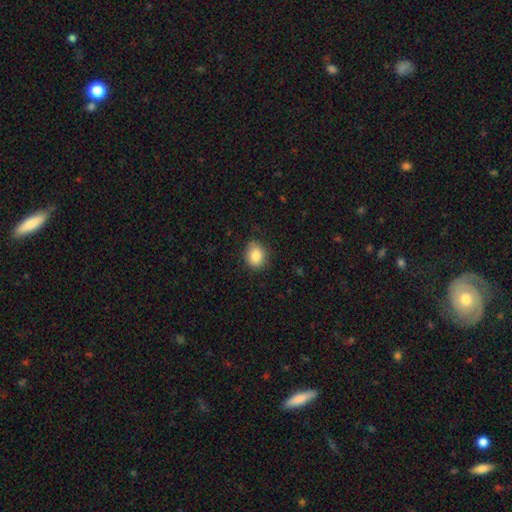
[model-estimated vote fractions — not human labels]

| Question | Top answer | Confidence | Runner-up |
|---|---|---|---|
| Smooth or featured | smooth | 86% | star or artifact (9%) |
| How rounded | round | 61% | in between (38%) |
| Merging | none | 81% | minor disturbance (15%) |